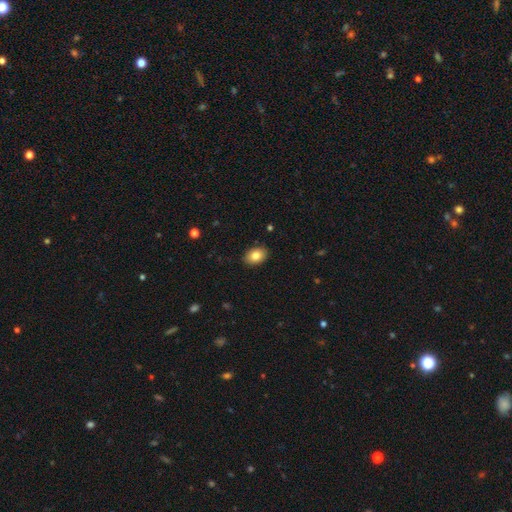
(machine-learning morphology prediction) type=smooth (84%); roundness=in between (79%); merging=none (89%).